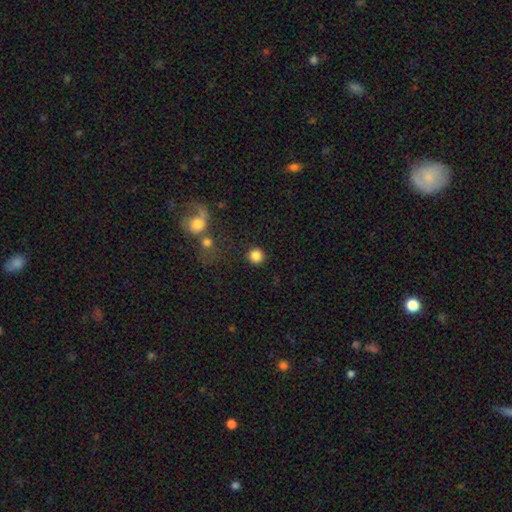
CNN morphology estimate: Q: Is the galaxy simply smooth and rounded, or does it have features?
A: smooth — 85%.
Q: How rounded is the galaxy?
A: round — 94%.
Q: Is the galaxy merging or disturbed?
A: none — 88%.